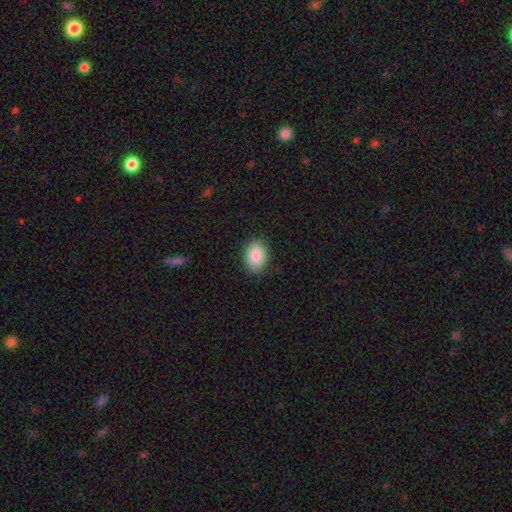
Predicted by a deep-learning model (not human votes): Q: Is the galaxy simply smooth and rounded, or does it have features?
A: smooth — 87%.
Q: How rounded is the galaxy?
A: in between — 80%.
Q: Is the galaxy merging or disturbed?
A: none — 89%.